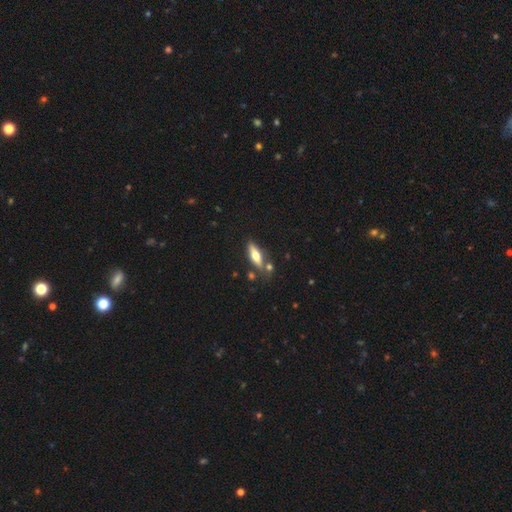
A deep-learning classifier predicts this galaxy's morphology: type=smooth (47%, tied with featured or disk); merging=none (73%).